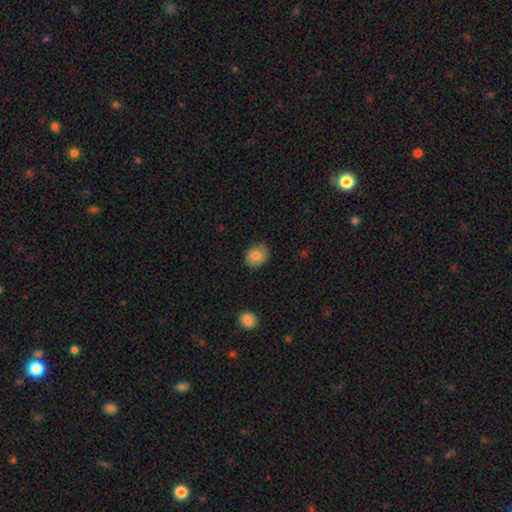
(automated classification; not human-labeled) smooth-or-featured: smooth: 80% | featured or disk: 12% | star or artifact: 8%
  how-rounded: round: 60% | in between: 40% | cigar-shaped: 1%
  merging: none: 78% | minor disturbance: 17% | major disturbance: 4% | merger: 1%